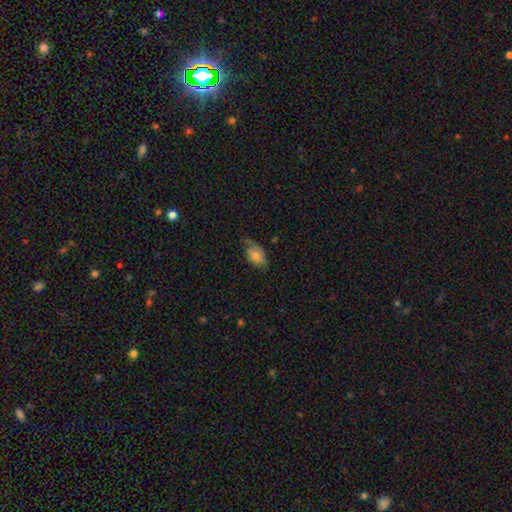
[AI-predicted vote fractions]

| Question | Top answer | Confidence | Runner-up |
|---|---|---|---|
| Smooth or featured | smooth | 64% | featured or disk (28%) |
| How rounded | in between | 87% | round (11%) |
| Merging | none | 50% | minor disturbance (33%) |